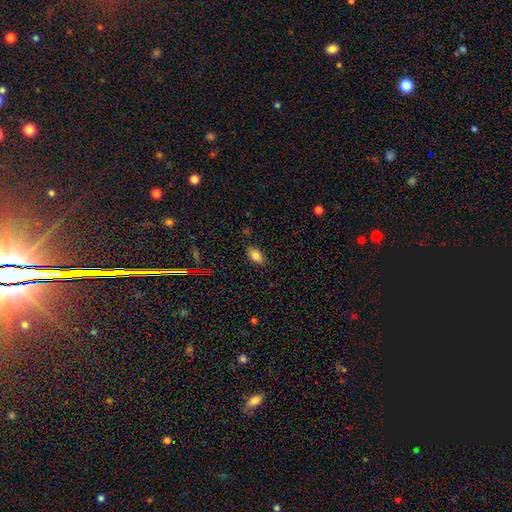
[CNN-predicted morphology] Smooth or featured: smooth — 81% (star or artifact — 12%)
How rounded: in between — 91% (round — 7%)
Merging: none — 82% (minor disturbance — 13%)